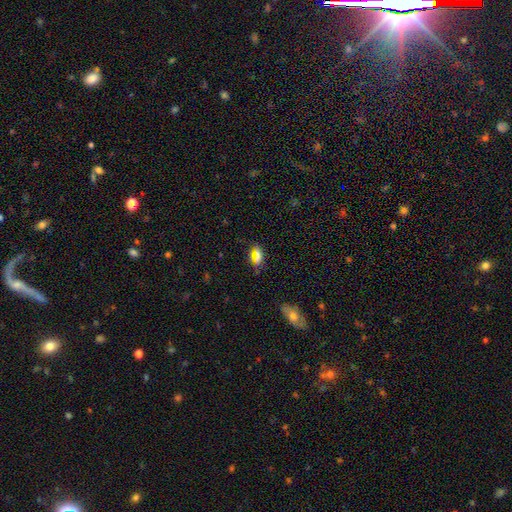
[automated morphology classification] Smooth or featured?
  - smooth: 61% *
  - star or artifact: 25%
  - featured or disk: 13%
How rounded?
  - in between: 72% *
  - round: 15%
  - cigar-shaped: 13%
Merging?
  - none: 79% *
  - minor disturbance: 13%
  - major disturbance: 5%
  - merger: 3%